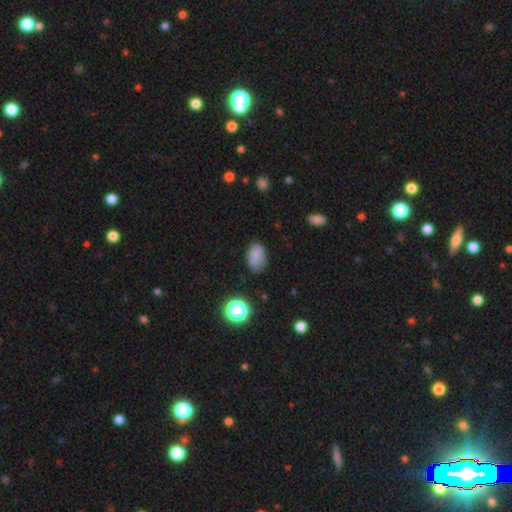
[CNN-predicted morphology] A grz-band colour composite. It shows a smooth galaxy with no disk features (79%) that is in between round and cigar-shaped (86%). Merging: none (71%).